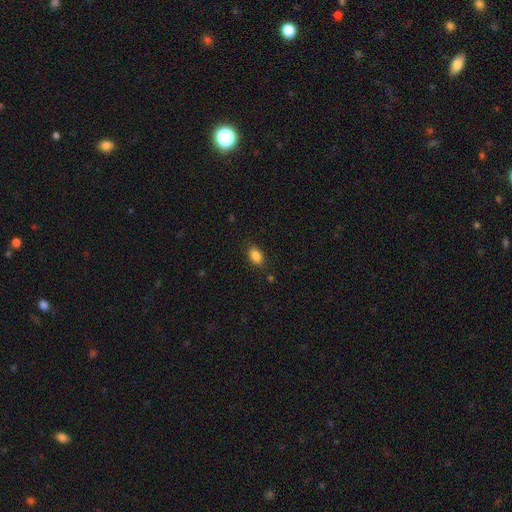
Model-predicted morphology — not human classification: smooth-or-featured: smooth: 87% | star or artifact: 9% | featured or disk: 4%
  how-rounded: in between: 85% | round: 13% | cigar-shaped: 2%
  merging: none: 86% | minor disturbance: 10% | major disturbance: 3% | merger: 1%